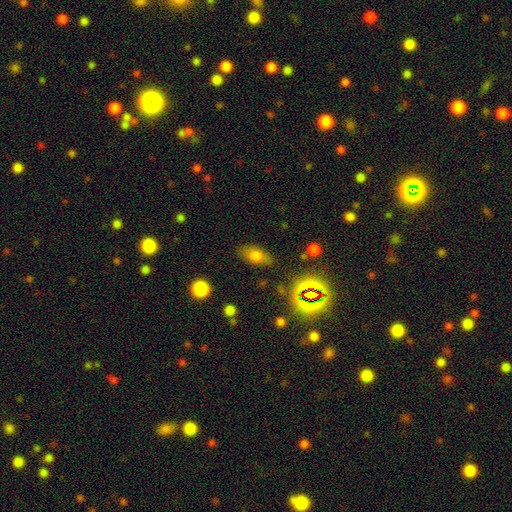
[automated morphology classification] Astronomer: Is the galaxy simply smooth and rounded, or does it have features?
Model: smooth — 72%.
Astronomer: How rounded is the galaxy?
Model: in between — 86%.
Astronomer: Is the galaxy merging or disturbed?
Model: none — 79%.